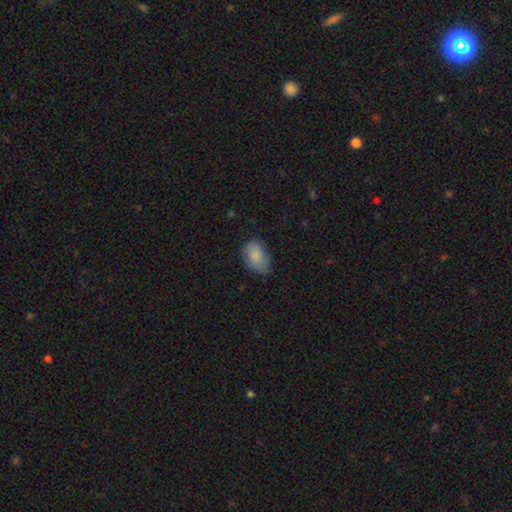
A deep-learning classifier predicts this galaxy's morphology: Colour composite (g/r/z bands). It shows a smooth galaxy with no disk features (83%) that is in between round and cigar-shaped (83%). Merging: none (60%).